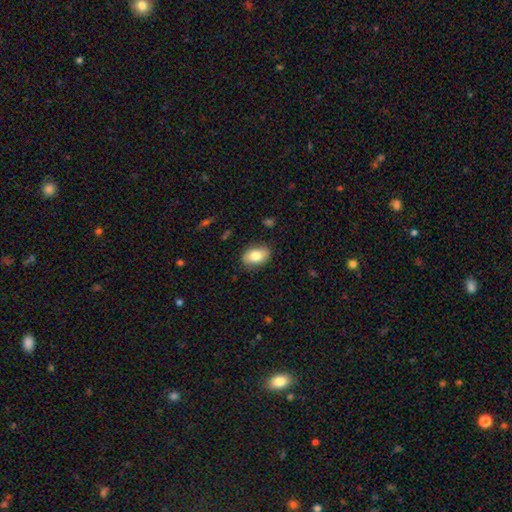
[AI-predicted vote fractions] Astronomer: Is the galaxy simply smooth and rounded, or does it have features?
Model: smooth — 80%.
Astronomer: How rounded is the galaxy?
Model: in between — 88%.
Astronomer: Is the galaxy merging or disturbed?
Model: none — 84%.